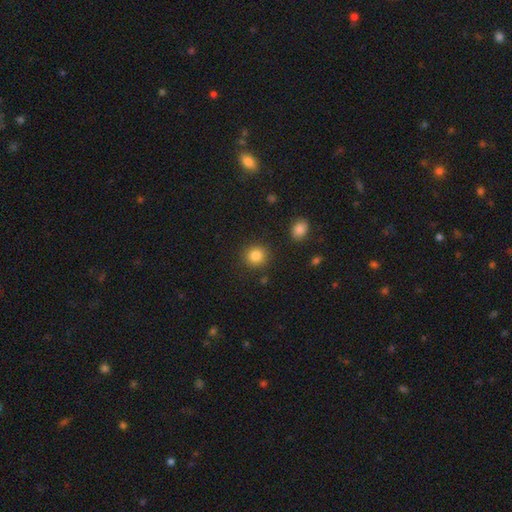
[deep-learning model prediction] This is clearly a smooth galaxy (85%). How rounded: clearly round (90%). Merging: clearly none (88%).